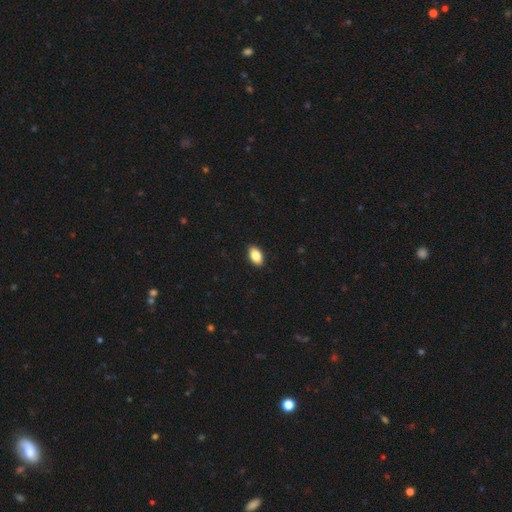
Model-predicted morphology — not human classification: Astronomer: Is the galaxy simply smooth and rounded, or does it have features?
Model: smooth — 86%.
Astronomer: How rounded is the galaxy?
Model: in between — 92%.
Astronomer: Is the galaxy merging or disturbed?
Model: none — 90%.